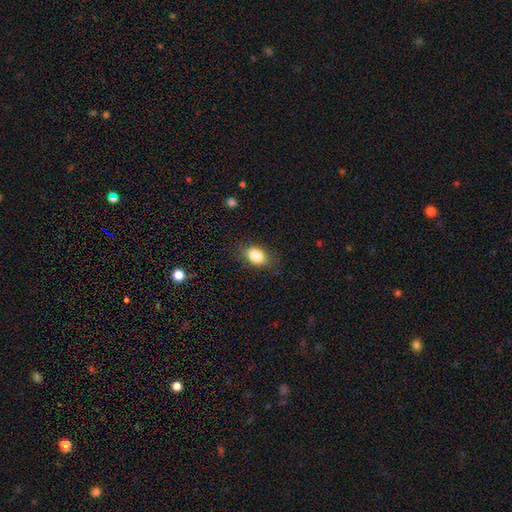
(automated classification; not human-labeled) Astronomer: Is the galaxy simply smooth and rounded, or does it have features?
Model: smooth — 84%.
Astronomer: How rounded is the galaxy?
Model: in between — 80%.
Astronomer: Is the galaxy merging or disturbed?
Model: none — 80%.